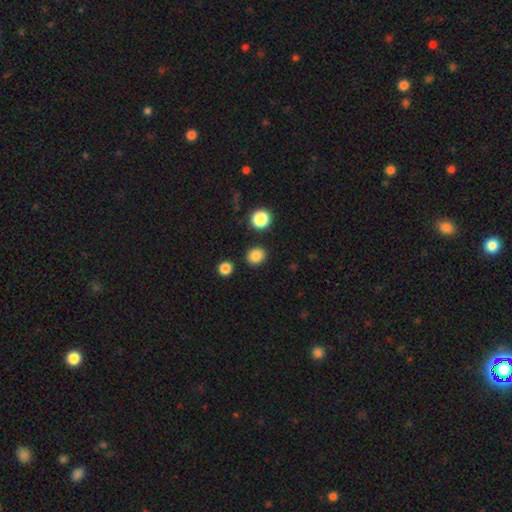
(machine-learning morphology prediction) Smooth or featured? Predicted: smooth (p=0.84). How rounded? Predicted: round (p=0.79). Merging? Predicted: none (p=0.88).